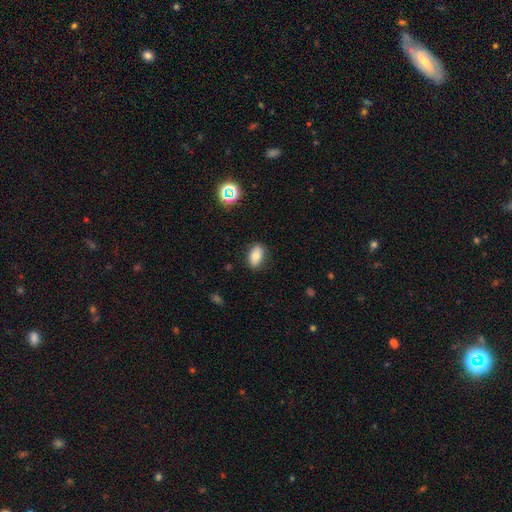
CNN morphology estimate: Q: Smooth or featured?
A: smooth (75%); runner-up: featured or disk (15%)
Q: How rounded?
A: in between (88%); runner-up: round (10%)
Q: Merging?
A: none (84%); runner-up: minor disturbance (12%)